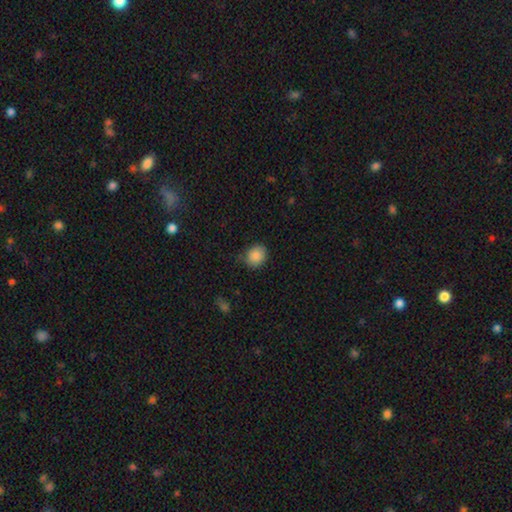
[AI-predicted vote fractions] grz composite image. It shows a smooth galaxy with no disk features (88%) that is round (63%). Merging: none (78%).